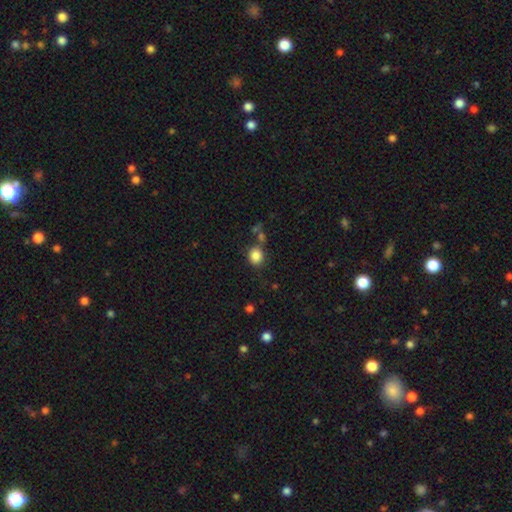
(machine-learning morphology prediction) Smooth or featured: smooth — 85% (star or artifact — 10%)
How rounded: round — 80% (in between — 19%)
Merging: none — 74% (minor disturbance — 12%)